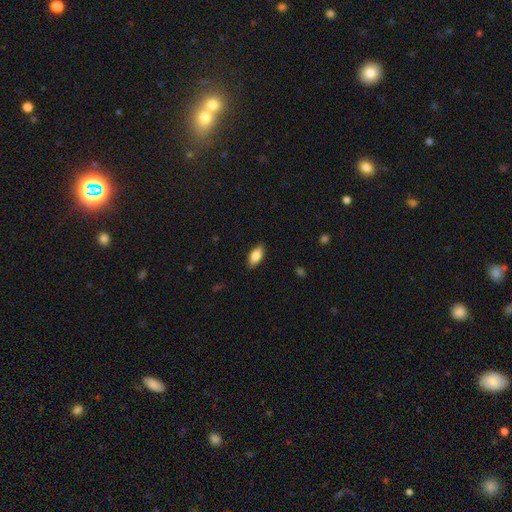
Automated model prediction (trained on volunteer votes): This appears to be a smooth galaxy with no disk features (83%) that is in between round and cigar-shaped (89%). Merging: none (87%).